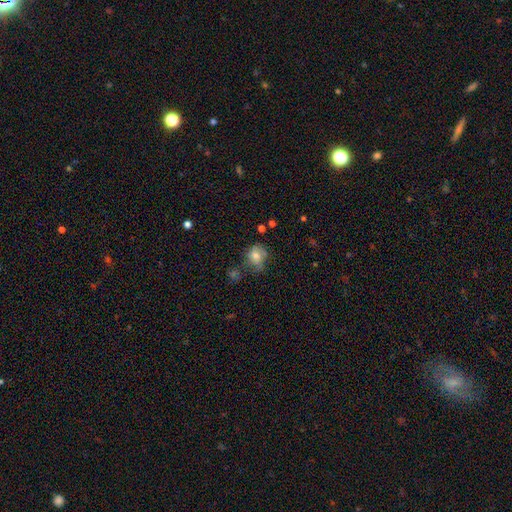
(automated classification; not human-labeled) Smooth or featured: smooth — 65% (featured or disk — 23%)
How rounded: round — 54% (in between — 45%)
Merging: none — 47% (minor disturbance — 29%)